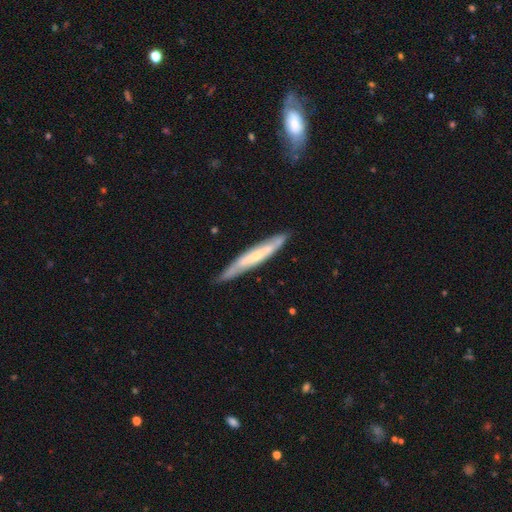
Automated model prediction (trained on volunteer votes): Overall: featured or disk (57%; smooth 38%). Edge-on disk: yes (74%). Merging: none (79%).